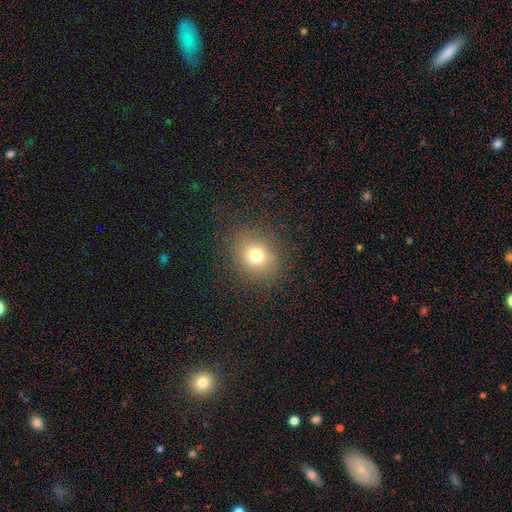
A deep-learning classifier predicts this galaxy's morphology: smooth-or-featured: smooth: 74% | star or artifact: 16% | featured or disk: 10%
  how-rounded: round: 77% | in between: 22% | cigar-shaped: 1%
  merging: none: 87% | minor disturbance: 8% | major disturbance: 4% | merger: 1%